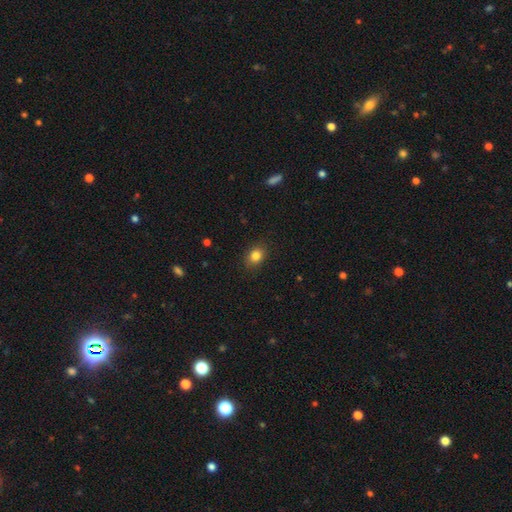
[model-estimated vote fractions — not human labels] The model was most divided on "how rounded": in between: 57%, round: 42%, cigar-shaped: 1%. More confident: merging — none (87%); smooth or featured — smooth (83%).